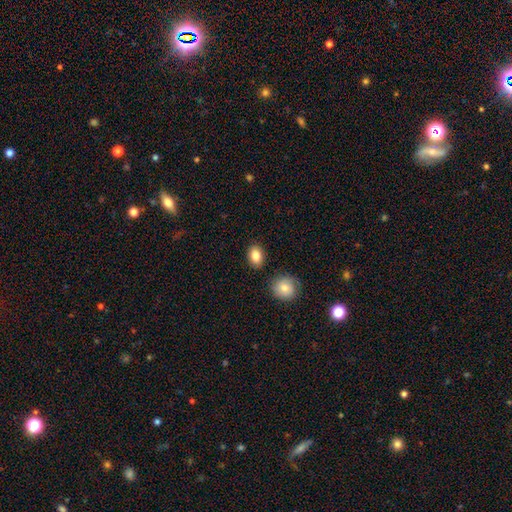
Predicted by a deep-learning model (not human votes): A smooth galaxy with no disk features (85%) that is in between round and cigar-shaped (72%).

Vote fractions:
- Smooth or featured? smooth: 85% / star or artifact: 8% / featured or disk: 7%
- How rounded? in between: 72% / round: 27% / cigar-shaped: 1%
- Merging? none: 83% / minor disturbance: 10% / merger: 4% / major disturbance: 3%